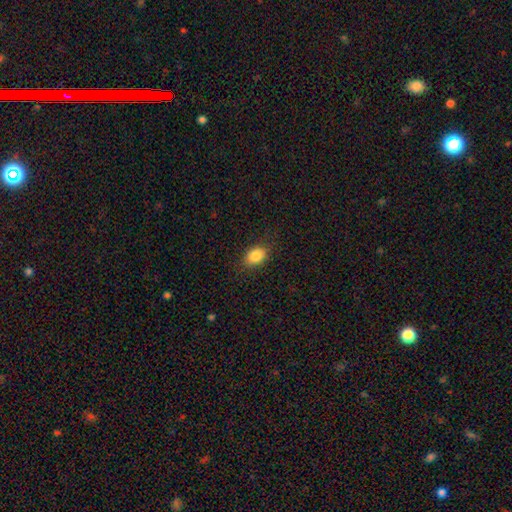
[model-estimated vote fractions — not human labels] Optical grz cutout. It shows a smooth galaxy with no disk features (85%) that is in between round and cigar-shaped (82%). Merging: none (84%).